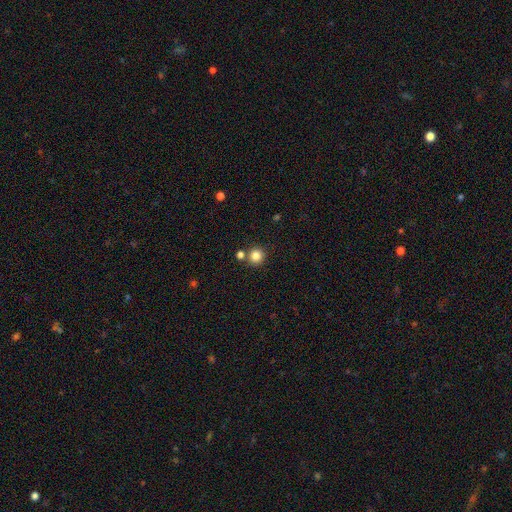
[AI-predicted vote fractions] Q: Smooth or featured?
A: smooth (83%); runner-up: star or artifact (11%)
Q: How rounded?
A: round (92%); runner-up: in between (7%)
Q: Merging?
A: none (77%); runner-up: merger (13%)